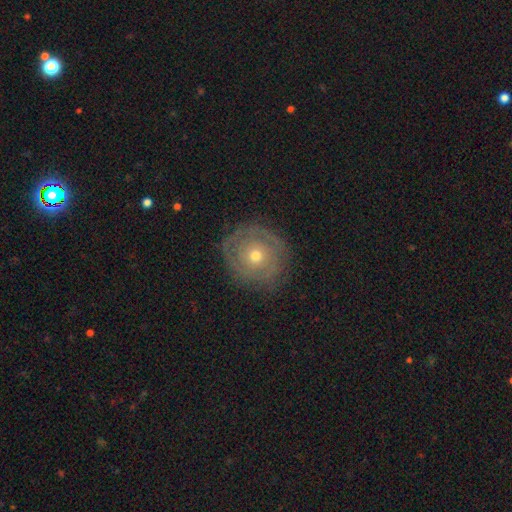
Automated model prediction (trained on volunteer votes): Morphology: type=featured or disk (66%); edge-on=no (96%); bar=no (87%); spiral arms=yes (68%); bulge=moderate (54%); merging=none (80%).